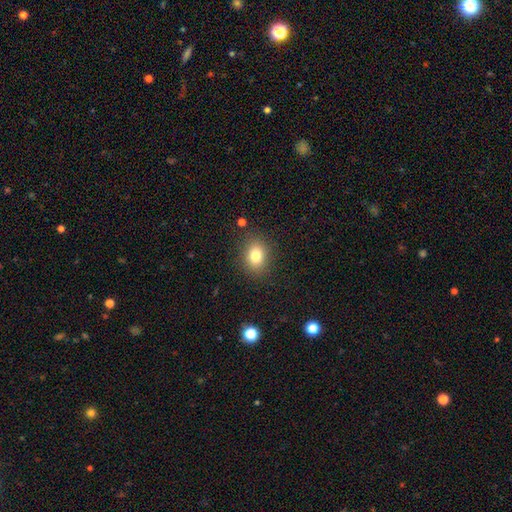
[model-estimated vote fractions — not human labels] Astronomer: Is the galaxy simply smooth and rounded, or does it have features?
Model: smooth — 80%.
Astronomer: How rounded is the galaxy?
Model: in between — 57% (runner-up: round, 42%).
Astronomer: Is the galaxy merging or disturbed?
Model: none — 86%.